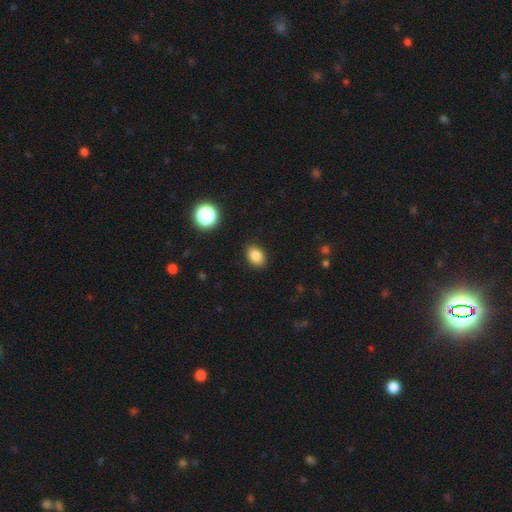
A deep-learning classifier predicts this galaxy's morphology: Overall: smooth (84%). How rounded: in between (74%). Merging: none (89%).